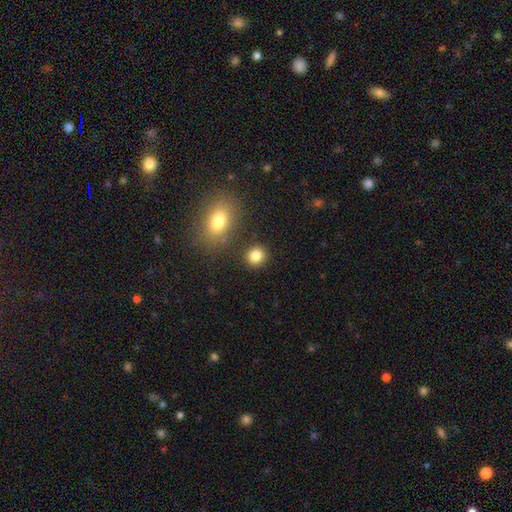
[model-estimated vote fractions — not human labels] Smooth or featured? smooth (83%)
How rounded? round (82%)
Merging? none (85%)